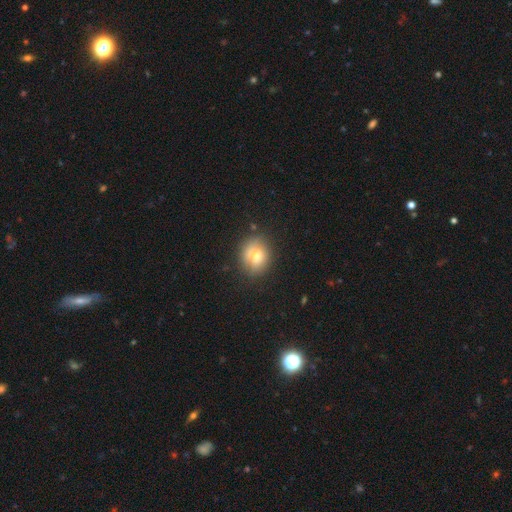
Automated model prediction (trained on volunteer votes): smooth_or_featured: smooth (p=0.68) [alt: featured or disk p=0.21]
how_rounded: round (p=0.68) [alt: in between p=0.30]
merging: none (p=0.74) [alt: minor disturbance p=0.19]